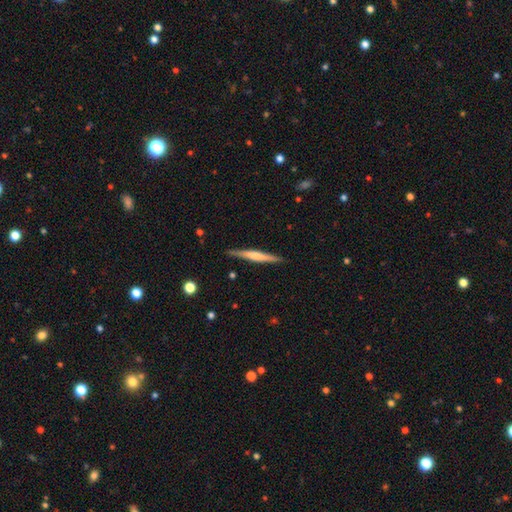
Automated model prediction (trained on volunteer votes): A featured or disk galaxy (51%) viewed edge-on (97%). Merging: none (89%).